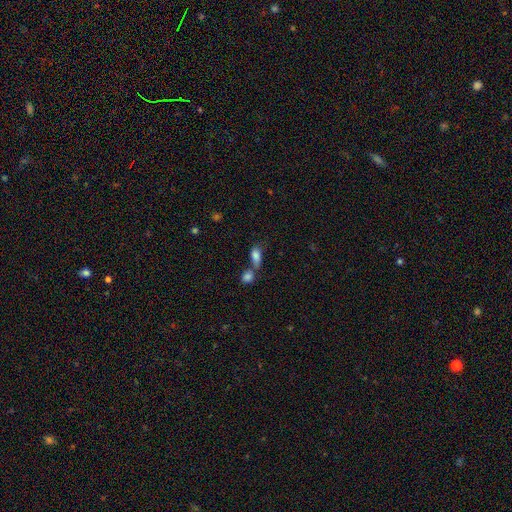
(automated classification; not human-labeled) The model was most divided on "merging": merger: 51%, none: 30%, minor disturbance: 12%, major disturbance: 7%. More confident: how rounded — in between (84%); smooth or featured — smooth (81%).